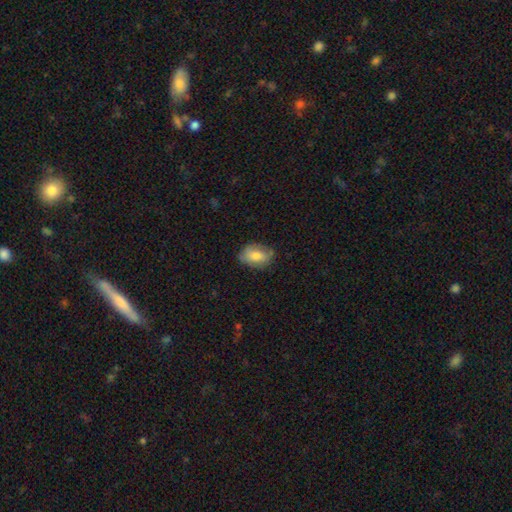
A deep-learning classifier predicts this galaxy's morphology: smooth 77%, featured or disk 16%, star or artifact 7%. Down the decision tree: how rounded — in between (89%); merging — none (72%).